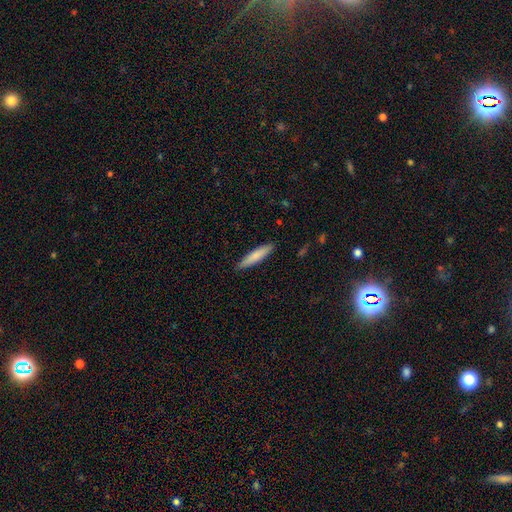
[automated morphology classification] Smooth or featured? Predicted: smooth (p=0.80). How rounded? Predicted: cigar-shaped (p=0.86). Merging? Predicted: none (p=0.89).